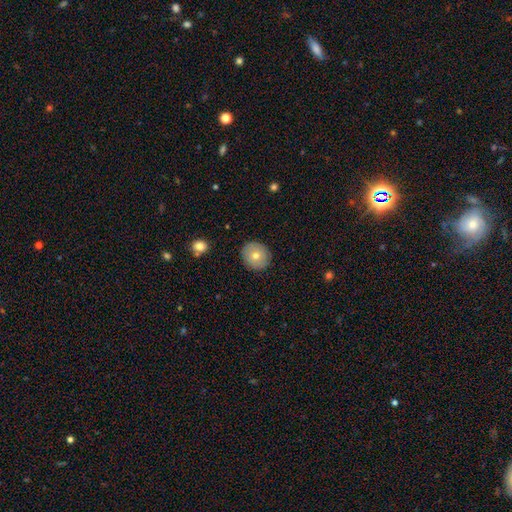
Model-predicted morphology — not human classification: smooth 72%, featured or disk 20%, star or artifact 9%. Down the decision tree: how rounded — round (83%); merging — none (89%).